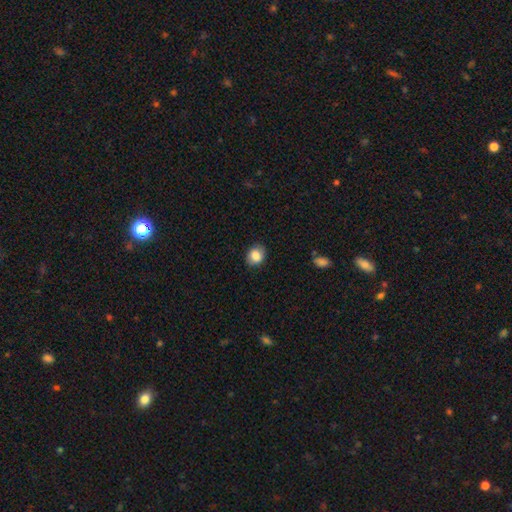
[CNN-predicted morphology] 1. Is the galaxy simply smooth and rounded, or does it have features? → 84% smooth, 8% star or artifact, 8% featured or disk.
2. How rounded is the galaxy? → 53% round, 46% in between, 1% cigar-shaped.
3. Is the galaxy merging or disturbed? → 83% none, 13% minor disturbance, 3% major disturbance, 1% merger.